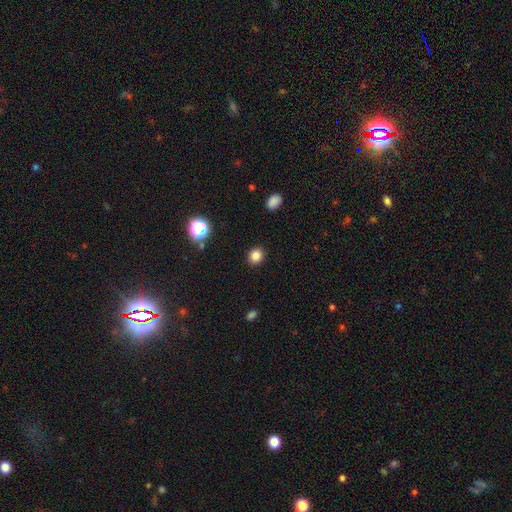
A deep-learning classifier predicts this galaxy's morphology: Smooth or featured?
  - smooth: 82% *
  - star or artifact: 13%
  - featured or disk: 5%
How rounded?
  - round: 70% *
  - in between: 29%
  - cigar-shaped: 1%
Merging?
  - none: 90% *
  - minor disturbance: 6%
  - major disturbance: 2%
  - merger: 1%